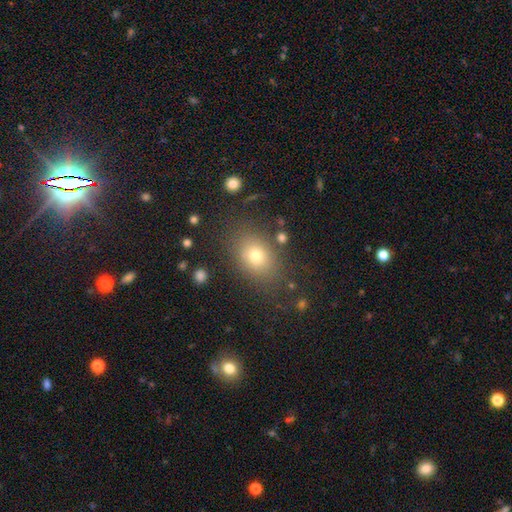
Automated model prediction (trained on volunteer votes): A smooth galaxy with no disk features (73%) that is in between round and cigar-shaped (65%). Merging: none (80%).